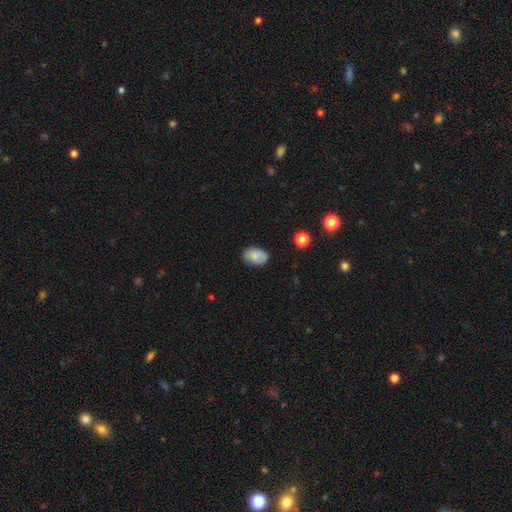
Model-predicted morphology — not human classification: Smooth or featured: smooth — 82% (featured or disk — 10%)
How rounded: in between — 83% (round — 15%)
Merging: none — 77% (minor disturbance — 18%)